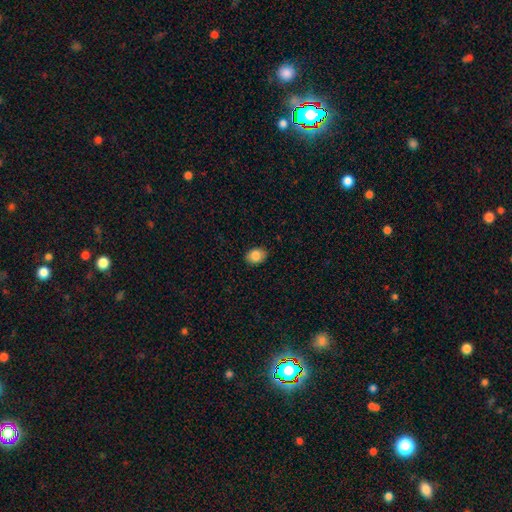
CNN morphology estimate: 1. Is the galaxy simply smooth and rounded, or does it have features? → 85% smooth, 8% star or artifact, 7% featured or disk.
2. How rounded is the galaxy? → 68% in between, 31% round, 1% cigar-shaped.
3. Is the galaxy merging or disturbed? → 88% none, 9% minor disturbance, 2% major disturbance, 1% merger.